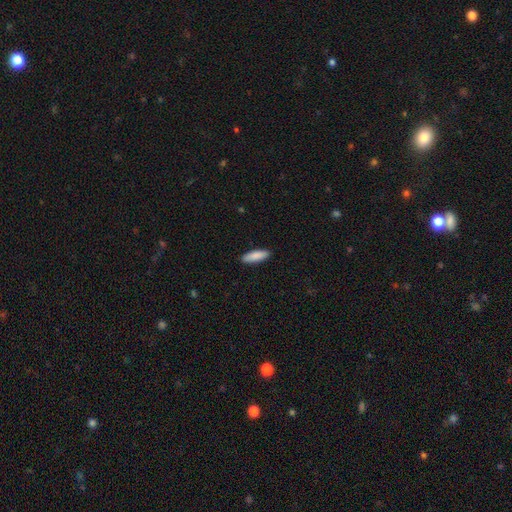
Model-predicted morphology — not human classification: The model was most divided on "how rounded": in between: 52%, cigar-shaped: 47%, round: 2%. More confident: merging — none (90%); smooth or featured — smooth (88%).